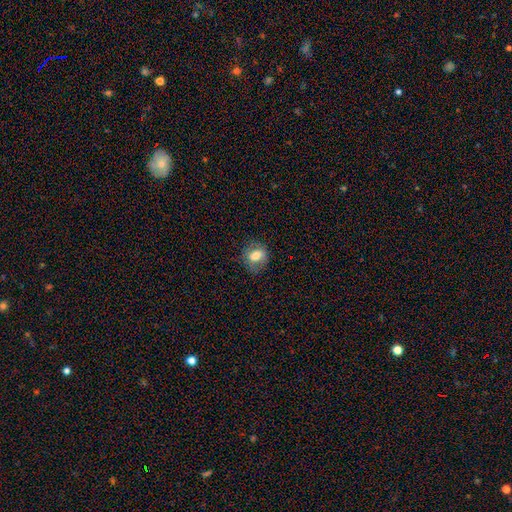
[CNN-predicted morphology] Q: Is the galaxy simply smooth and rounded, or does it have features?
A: smooth — 72%.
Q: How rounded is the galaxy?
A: round — 51%.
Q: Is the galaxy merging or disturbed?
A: none — 69%.